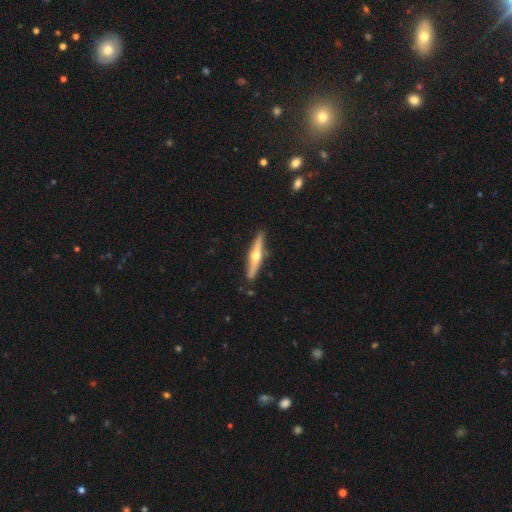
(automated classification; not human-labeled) Morphology: type=featured or disk (68%); edge-on=yes (96%); edge-on bulge=rounded (95%); merging=none (87%).